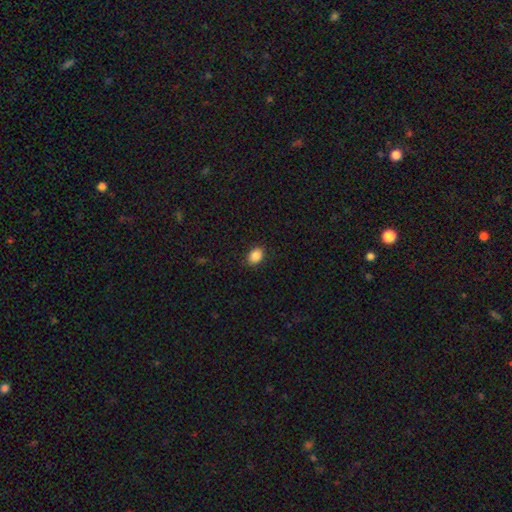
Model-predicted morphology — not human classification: Smooth or featured?
  - smooth: 87% *
  - star or artifact: 9%
  - featured or disk: 4%
How rounded?
  - in between: 68% *
  - round: 31%
  - cigar-shaped: 1%
Merging?
  - none: 88% *
  - minor disturbance: 9%
  - major disturbance: 2%
  - merger: 1%